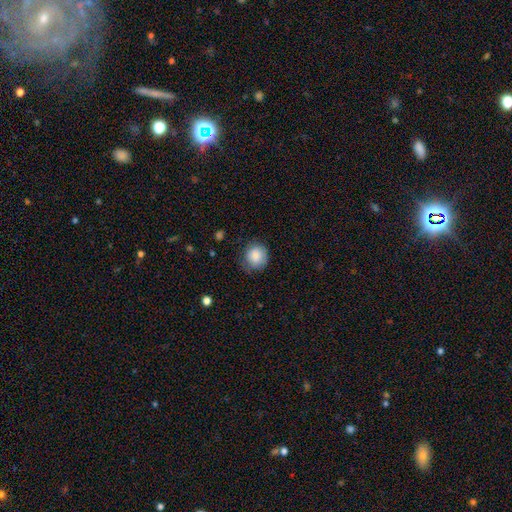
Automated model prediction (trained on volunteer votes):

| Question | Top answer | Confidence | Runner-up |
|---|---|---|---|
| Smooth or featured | smooth | 84% | featured or disk (8%) |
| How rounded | round | 87% | in between (12%) |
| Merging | none | 72% | minor disturbance (22%) |